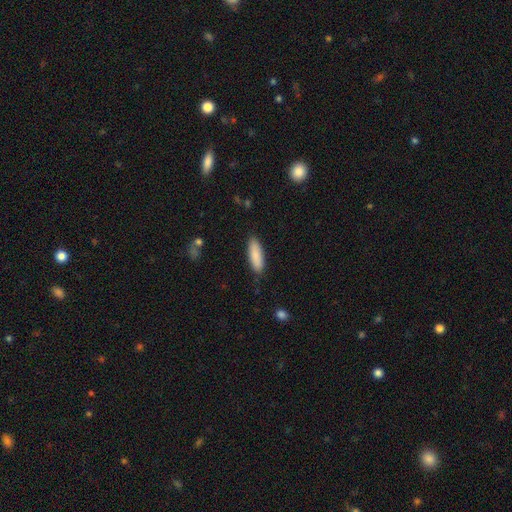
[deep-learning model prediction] Smooth or featured?
  - smooth: 88% *
  - featured or disk: 7%
  - star or artifact: 6%
How rounded?
  - in between: 58% *
  - cigar-shaped: 41%
  - round: 2%
Merging?
  - none: 86% *
  - minor disturbance: 11%
  - major disturbance: 2%
  - merger: 1%